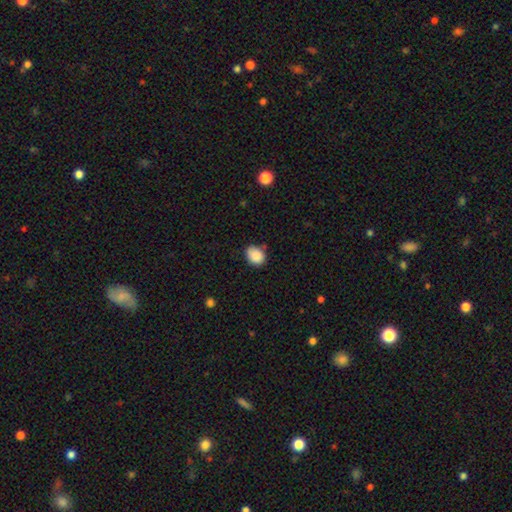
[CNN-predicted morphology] A smooth galaxy with no disk features (88%) that is in between round and cigar-shaped (50%). Merging: none (73%).